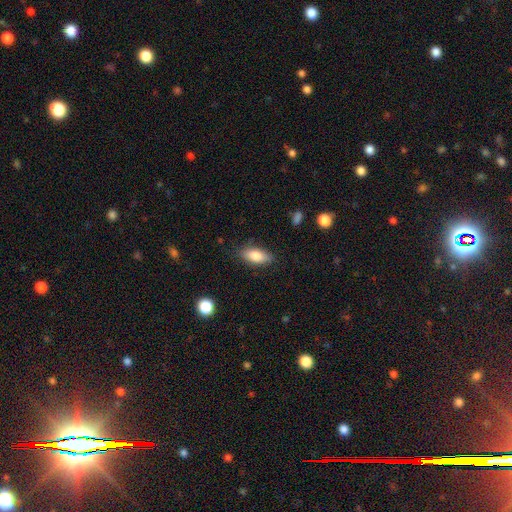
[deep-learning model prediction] This appears to be a smooth galaxy with no disk features (80%) that is in between round and cigar-shaped (83%). Merging: none (84%).